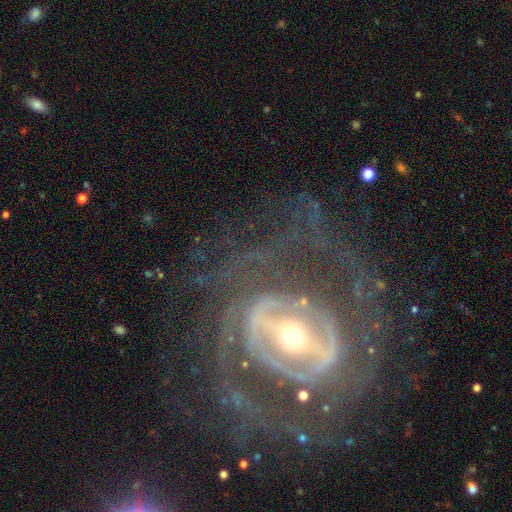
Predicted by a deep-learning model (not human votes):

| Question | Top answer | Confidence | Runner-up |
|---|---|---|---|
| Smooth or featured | featured or disk | 89% | star or artifact (6%) |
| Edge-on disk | no | 95% | yes (5%) |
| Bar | strong | 64% | weak (24%) |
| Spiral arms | yes | 88% | no (12%) |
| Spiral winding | tight | 56% | medium (31%) |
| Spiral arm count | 2 | 32% | can't tell (31%) |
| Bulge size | moderate | 52% | small (39%) |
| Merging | none | 65% | major disturbance (19%) |